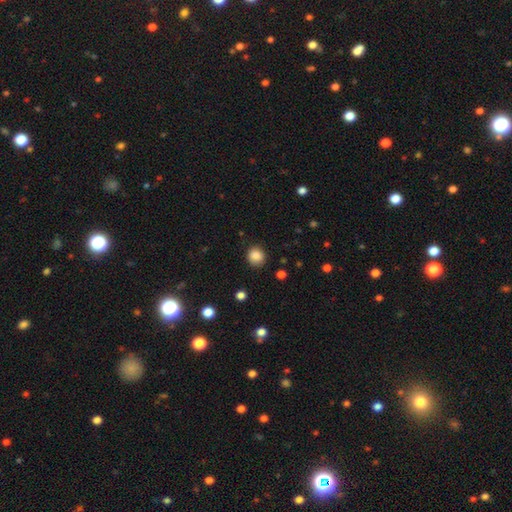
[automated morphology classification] smooth_or_featured: smooth (p=0.86) [alt: star or artifact p=0.10]
how_rounded: round (p=0.84) [alt: in between p=0.15]
merging: none (p=0.87) [alt: minor disturbance p=0.09]